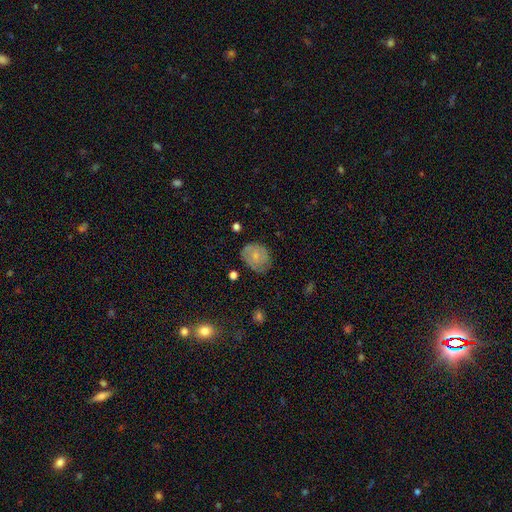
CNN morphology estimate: Smooth or featured: smooth — 51% (featured or disk — 41%)
How rounded: round — 54% (in between — 45%)
Merging: none — 67% (minor disturbance — 24%)